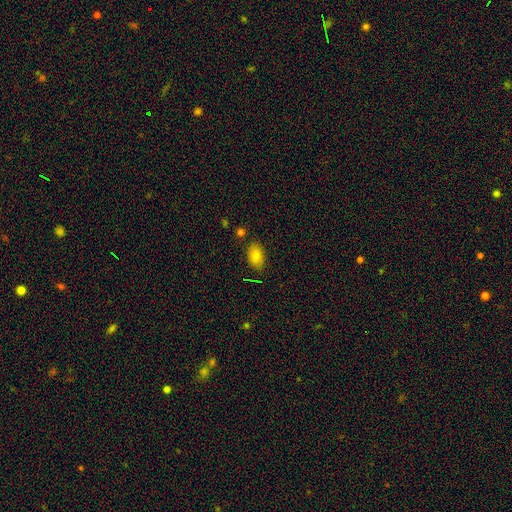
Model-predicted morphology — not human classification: A smooth galaxy with no disk features (80%) that is in between round and cigar-shaped (86%).

Vote fractions:
- Smooth or featured? smooth: 80% / featured or disk: 11% / star or artifact: 10%
- How rounded? in between: 86% / round: 12% / cigar-shaped: 1%
- Merging? none: 83% / minor disturbance: 12% / major disturbance: 3% / merger: 3%